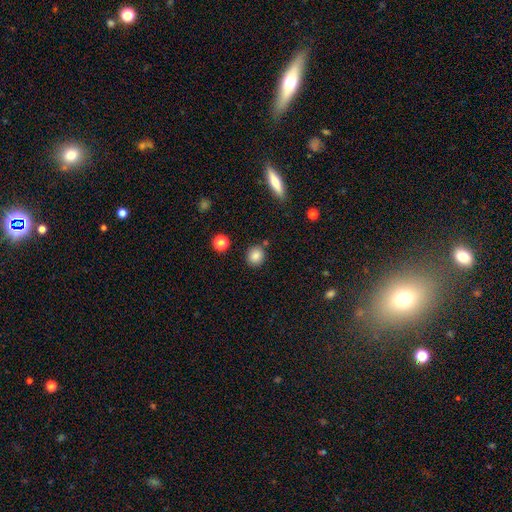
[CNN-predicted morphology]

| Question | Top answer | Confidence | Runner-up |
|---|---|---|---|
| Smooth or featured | smooth | 85% | star or artifact (10%) |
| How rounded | round | 77% | in between (21%) |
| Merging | none | 81% | minor disturbance (10%) |